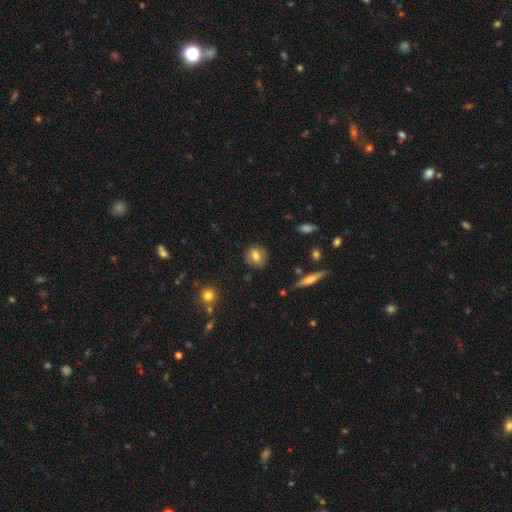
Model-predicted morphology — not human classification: This is likely a smooth galaxy (66%). How rounded: likely round (67%). Merging: clearly none (84%).